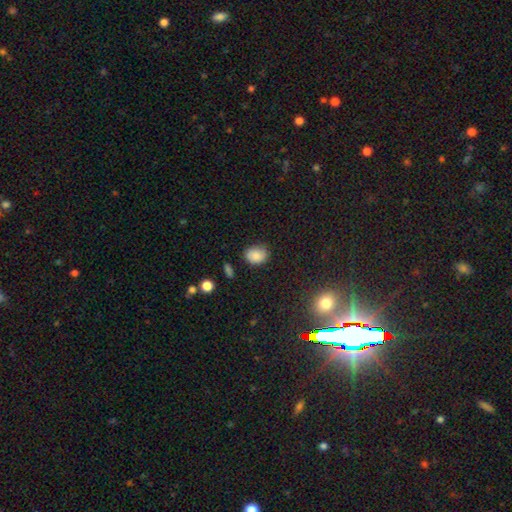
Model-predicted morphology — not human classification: This appears to be a smooth galaxy with no disk features (84%) that is in between round and cigar-shaped (52%). Merging: none (78%).